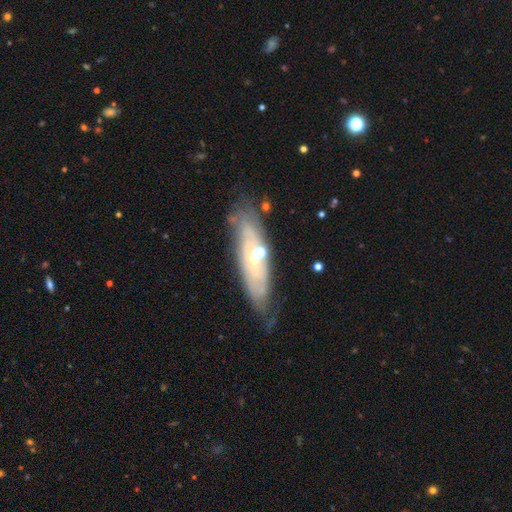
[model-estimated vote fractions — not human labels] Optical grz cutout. It shows a featured or disk galaxy (64%). Merging: none (67%).